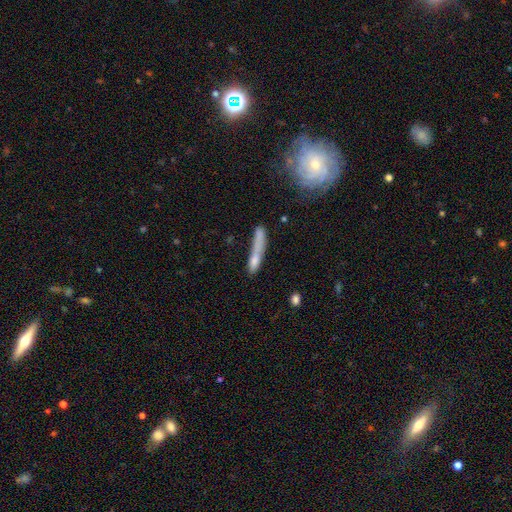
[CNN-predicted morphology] Smooth or featured? Predicted: smooth (p=0.57). How rounded? Predicted: cigar-shaped (p=0.87). Merging? Predicted: none (p=0.47).